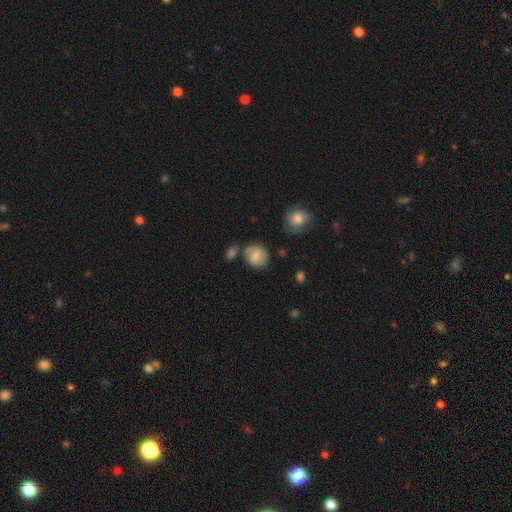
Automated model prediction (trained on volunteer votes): A smooth galaxy with no disk features (68%) that is round (73%).

Vote fractions:
- Smooth or featured? smooth: 68% / featured or disk: 24% / star or artifact: 8%
- How rounded? round: 73% / in between: 26% / cigar-shaped: 1%
- Merging? none: 63% / minor disturbance: 19% / merger: 11% / major disturbance: 7%